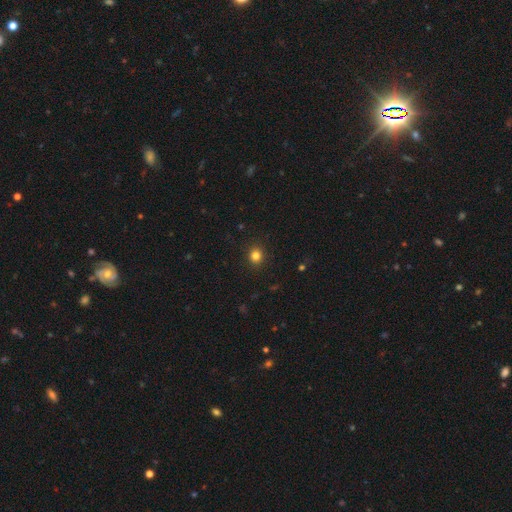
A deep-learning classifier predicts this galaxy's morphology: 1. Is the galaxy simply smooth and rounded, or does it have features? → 82% smooth, 13% star or artifact, 5% featured or disk.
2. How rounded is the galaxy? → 85% round, 14% in between, 1% cigar-shaped.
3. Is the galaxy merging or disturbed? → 91% none, 6% minor disturbance, 2% major disturbance, 1% merger.